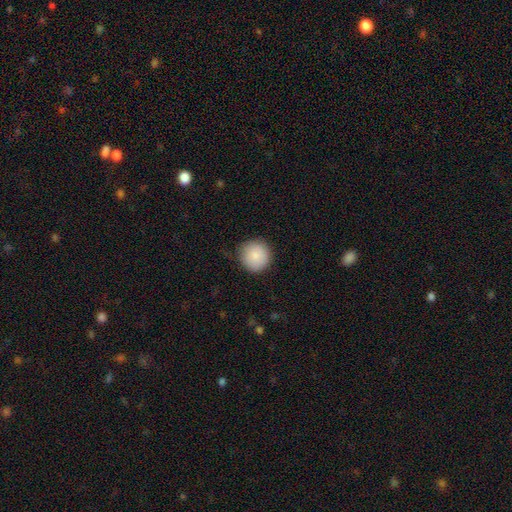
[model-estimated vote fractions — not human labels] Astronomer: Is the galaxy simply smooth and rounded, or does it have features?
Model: smooth — 87%.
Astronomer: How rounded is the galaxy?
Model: round — 94%.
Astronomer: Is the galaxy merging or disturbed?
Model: none — 86%.